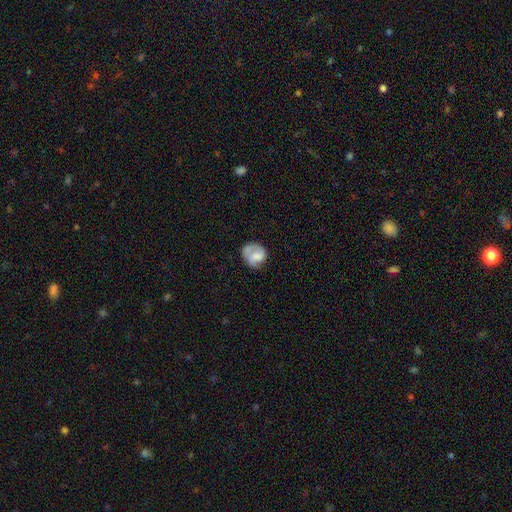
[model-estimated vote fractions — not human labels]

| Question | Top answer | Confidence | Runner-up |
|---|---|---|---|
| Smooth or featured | smooth | 50% | featured or disk (43%) |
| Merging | none | 47% | minor disturbance (27%) |